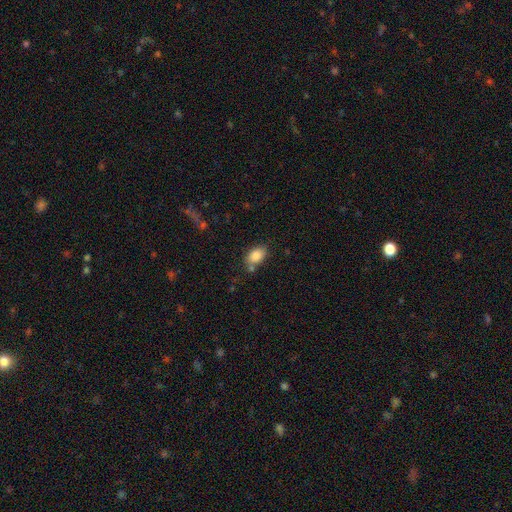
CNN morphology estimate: Q: Smooth or featured?
A: smooth (86%); runner-up: star or artifact (8%)
Q: How rounded?
A: in between (85%); runner-up: round (13%)
Q: Merging?
A: none (69%); runner-up: minor disturbance (17%)